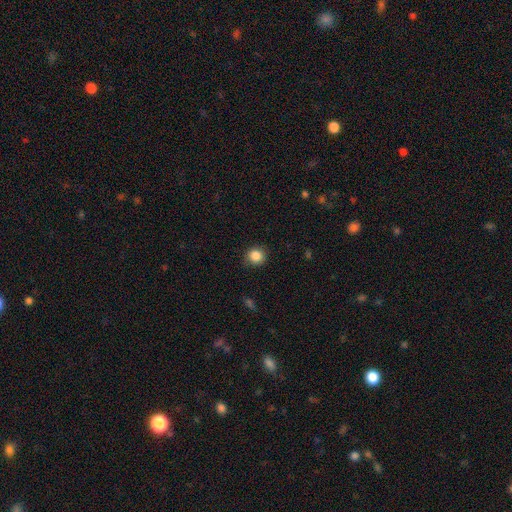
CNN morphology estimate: Q: Smooth or featured?
A: smooth (87%); runner-up: star or artifact (10%)
Q: How rounded?
A: round (88%); runner-up: in between (11%)
Q: Merging?
A: none (84%); runner-up: minor disturbance (12%)